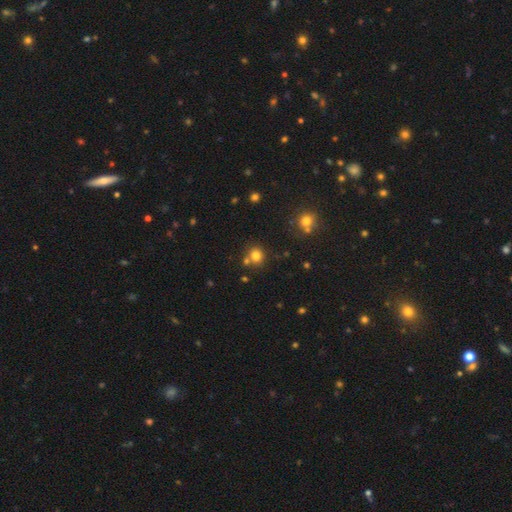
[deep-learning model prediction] Smooth or featured?
  - smooth: 78% *
  - star or artifact: 15%
  - featured or disk: 7%
How rounded?
  - round: 86% *
  - in between: 13%
  - cigar-shaped: 1%
Merging?
  - none: 70% *
  - merger: 18%
  - minor disturbance: 9%
  - major disturbance: 3%